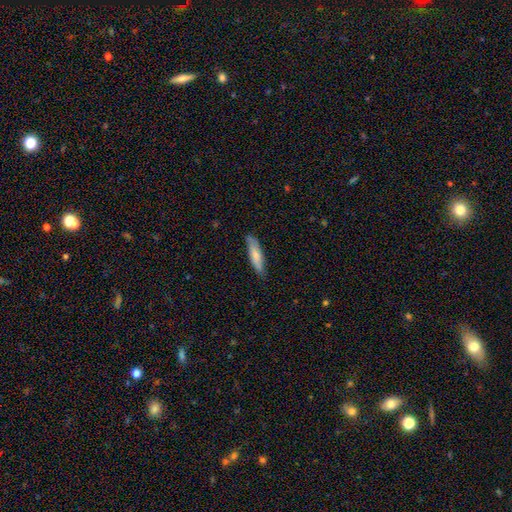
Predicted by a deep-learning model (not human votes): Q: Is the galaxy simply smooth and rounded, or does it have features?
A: smooth — 70%.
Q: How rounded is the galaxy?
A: cigar-shaped — 71%.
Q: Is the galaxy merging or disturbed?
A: none — 80%.